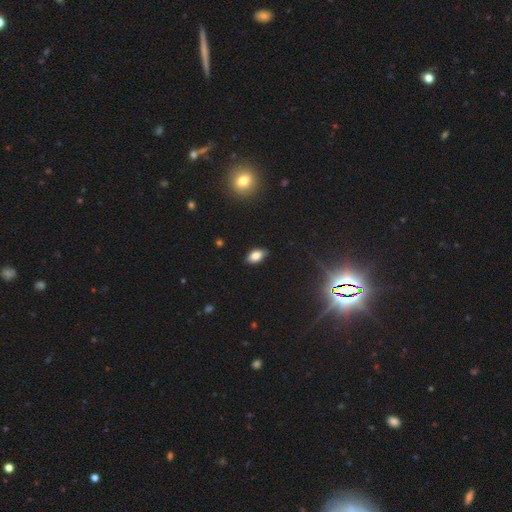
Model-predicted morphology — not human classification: The model was most divided on "smooth or featured": smooth: 81%, star or artifact: 10%, featured or disk: 9%. More confident: how rounded — in between (91%); merging — none (84%).